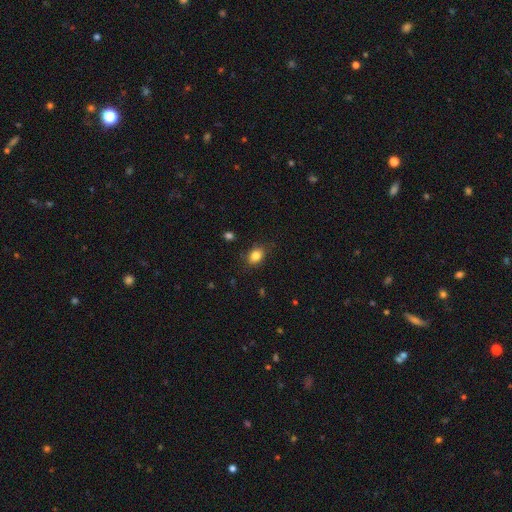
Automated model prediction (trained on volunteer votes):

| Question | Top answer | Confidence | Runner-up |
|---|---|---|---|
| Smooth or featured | smooth | 83% | star or artifact (10%) |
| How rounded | in between | 69% | round (29%) |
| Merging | none | 81% | minor disturbance (15%) |